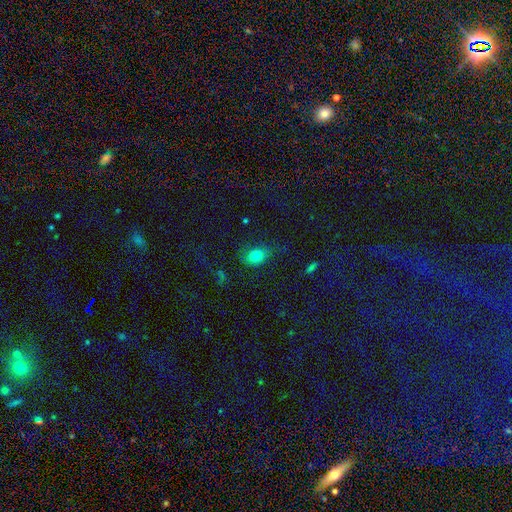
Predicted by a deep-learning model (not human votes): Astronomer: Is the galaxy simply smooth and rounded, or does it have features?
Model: smooth — 77%.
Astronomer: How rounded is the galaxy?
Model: in between — 74%.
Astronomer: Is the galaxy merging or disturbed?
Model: none — 69%.